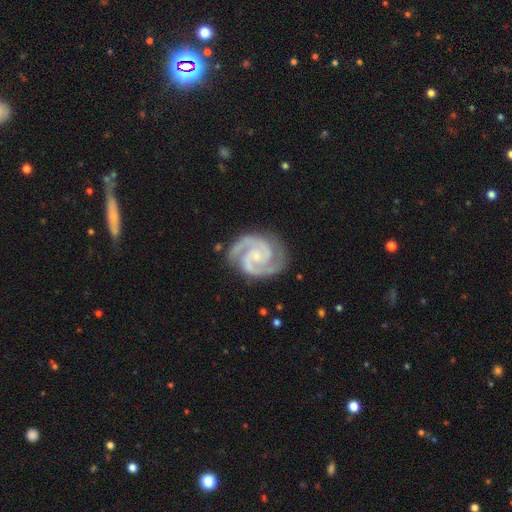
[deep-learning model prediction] Overall: featured or disk (94%). Edge-on disk: no (98%). Bar: no (56%; weak 33%). Spiral arms: yes (99%). Spiral arm count: 2 (90%). Spiral winding: tight (54%; medium 43%). Bulge size: small (66%). Merging: none (82%).